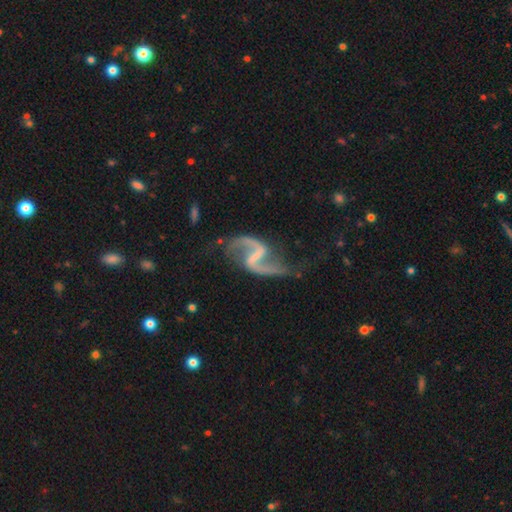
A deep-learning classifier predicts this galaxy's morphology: Smooth or featured: featured or disk — 92% (star or artifact — 4%)
Edge-on disk: no — 98% (yes — 2%)
Bar: strong — 44% (weak — 42%)
Spiral arms: yes — 97% (no — 3%)
Spiral winding: loose — 76% (medium — 20%)
Spiral arm count: 2 — 94% (1 — 2%)
Bulge size: none — 50% (small — 37%)
Merging: none — 66% (minor disturbance — 18%)